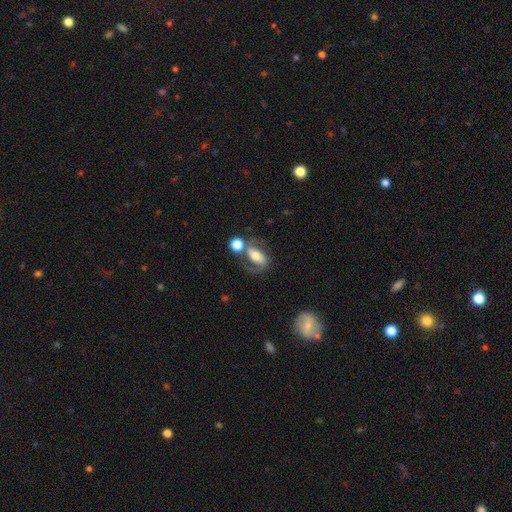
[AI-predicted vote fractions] smooth_or_featured: featured or disk (p=0.59) [alt: smooth p=0.31]
disk_edge_on: no (p=0.94) [alt: yes p=0.06]
bar: no (p=0.37) [alt: strong p=0.34]
has_spiral_arms: yes (p=0.81) [alt: no p=0.19]
bulge_size: moderate (p=0.55) [alt: small p=0.20]
merging: none (p=0.48) [alt: merger p=0.24]